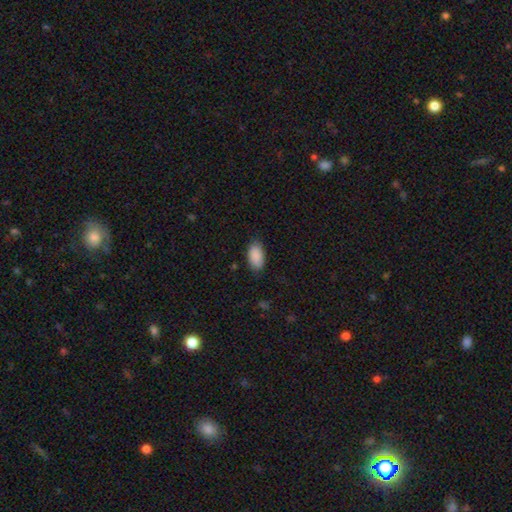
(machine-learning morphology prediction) Smooth or featured?
  - smooth: 90% *
  - star or artifact: 6%
  - featured or disk: 4%
How rounded?
  - in between: 95% *
  - round: 3%
  - cigar-shaped: 2%
Merging?
  - none: 81% *
  - minor disturbance: 15%
  - major disturbance: 3%
  - merger: 1%